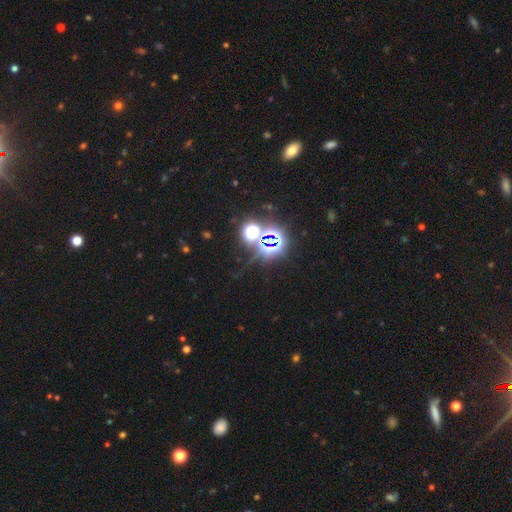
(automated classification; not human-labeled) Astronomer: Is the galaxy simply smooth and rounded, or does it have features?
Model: star or artifact — 76%.